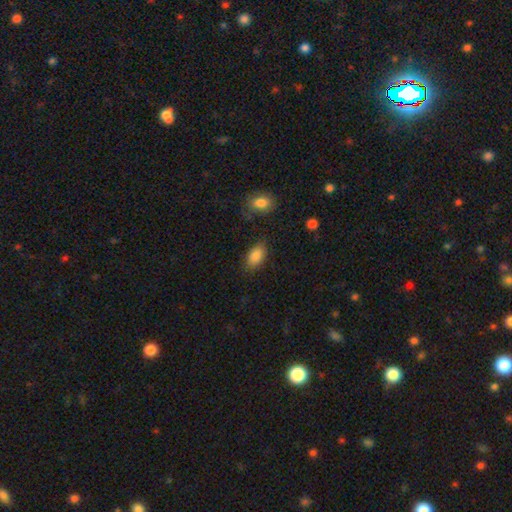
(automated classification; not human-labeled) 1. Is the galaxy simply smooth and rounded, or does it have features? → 87% smooth, 7% star or artifact, 6% featured or disk.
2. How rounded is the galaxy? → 92% in between, 5% round, 3% cigar-shaped.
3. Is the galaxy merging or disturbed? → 79% none, 14% minor disturbance, 4% major disturbance, 3% merger.